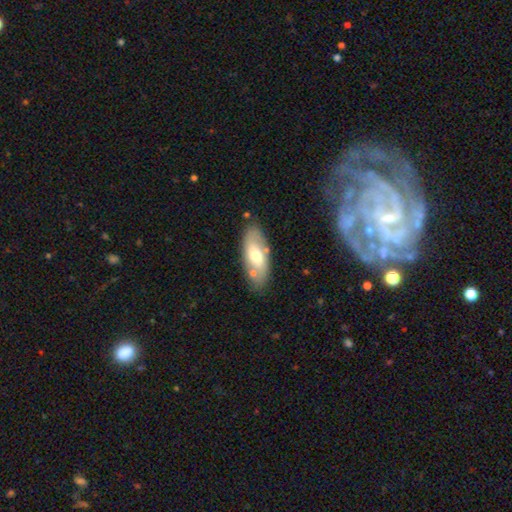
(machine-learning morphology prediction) smooth 55%, featured or disk 39%, star or artifact 6%. Down the decision tree: how rounded — in between (85%); merging — none (75%).